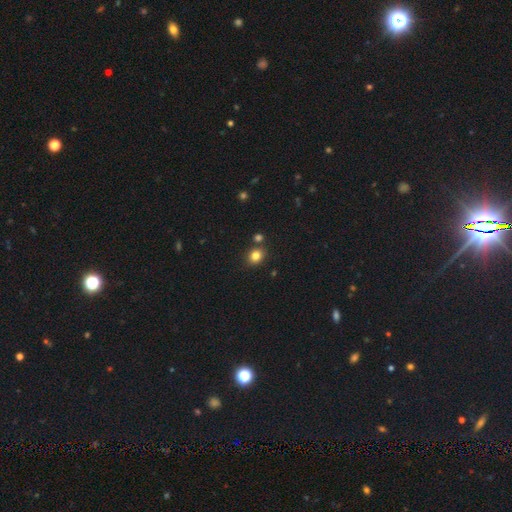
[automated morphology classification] Smooth or featured: smooth — 82% (star or artifact — 12%)
How rounded: round — 65% (in between — 34%)
Merging: none — 78% (minor disturbance — 10%)